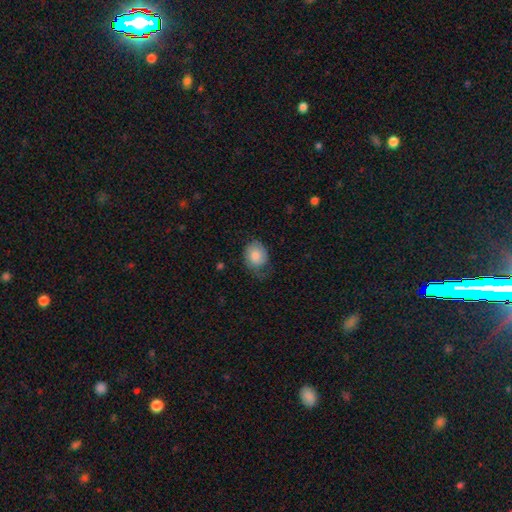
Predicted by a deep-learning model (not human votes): A smooth galaxy with no disk features (70%) that is round (50%). Merging: none (43%).